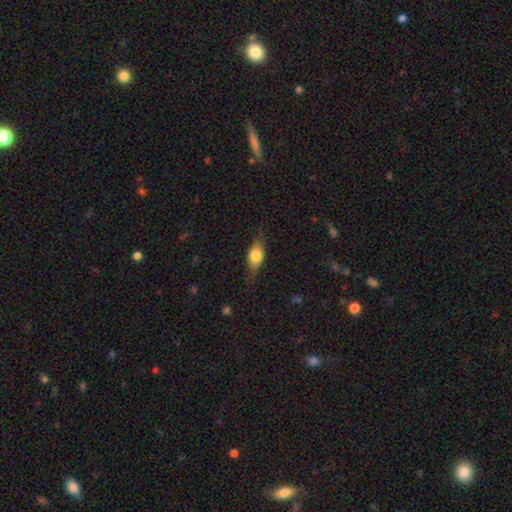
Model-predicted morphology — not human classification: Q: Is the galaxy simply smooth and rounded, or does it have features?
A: smooth — 64%.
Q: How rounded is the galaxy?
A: in between — 76%.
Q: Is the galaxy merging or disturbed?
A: none — 75%.